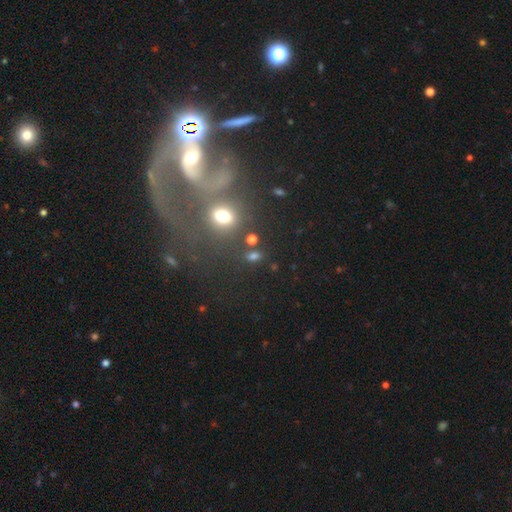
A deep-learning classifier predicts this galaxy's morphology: Smooth or featured? Predicted: smooth (p=0.52). How rounded? Predicted: round (p=0.56). Merging? Predicted: none (p=0.62).